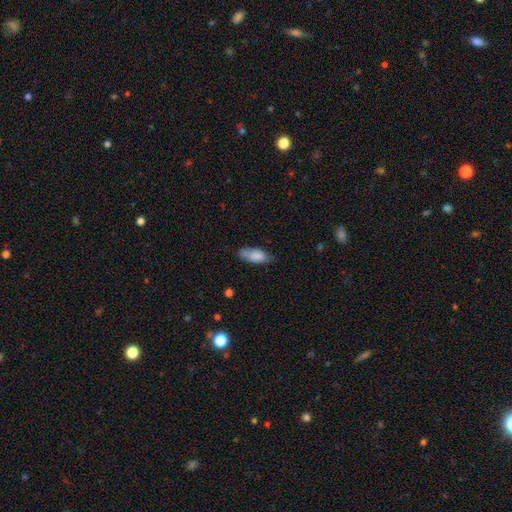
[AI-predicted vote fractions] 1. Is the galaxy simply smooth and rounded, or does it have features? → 85% smooth, 9% featured or disk, 7% star or artifact.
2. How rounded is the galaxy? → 82% in between, 16% cigar-shaped, 2% round.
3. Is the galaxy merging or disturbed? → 67% none, 26% minor disturbance, 5% major disturbance, 2% merger.